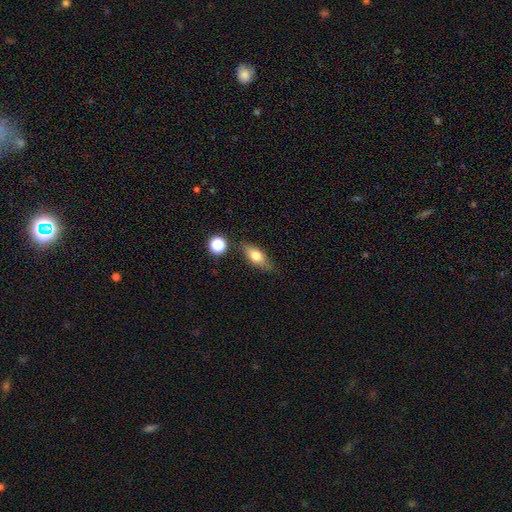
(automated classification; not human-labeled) Q: Smooth or featured?
A: smooth (66%); runner-up: featured or disk (25%)
Q: How rounded?
A: in between (72%); runner-up: cigar-shaped (20%)
Q: Merging?
A: none (74%); runner-up: minor disturbance (17%)